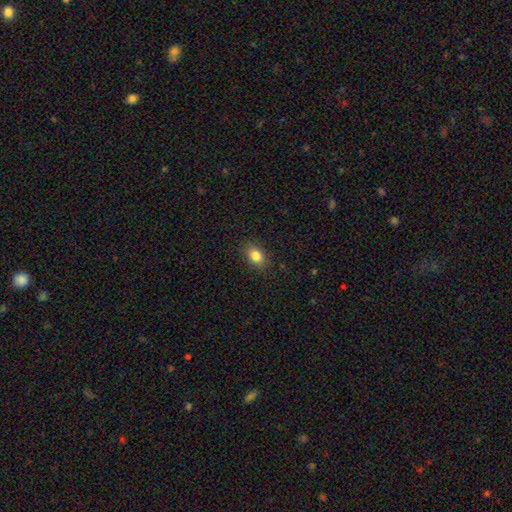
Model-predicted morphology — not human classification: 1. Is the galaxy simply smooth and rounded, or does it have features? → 84% smooth, 9% star or artifact, 7% featured or disk.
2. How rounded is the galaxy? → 75% in between, 24% round, 1% cigar-shaped.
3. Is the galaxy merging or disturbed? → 88% none, 9% minor disturbance, 2% major disturbance, 1% merger.